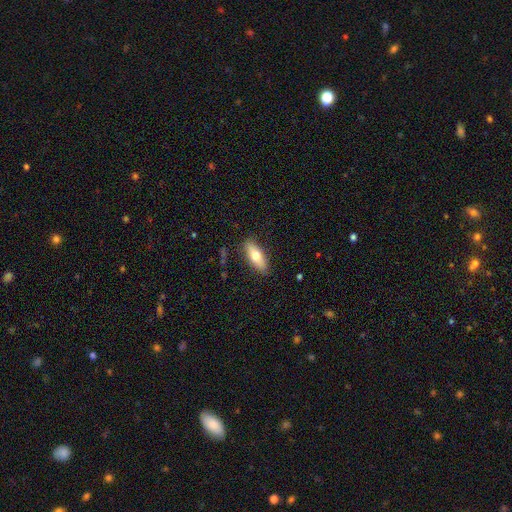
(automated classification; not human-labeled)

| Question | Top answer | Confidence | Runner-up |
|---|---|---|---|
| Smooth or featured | smooth | 68% | featured or disk (26%) |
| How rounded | in between | 69% | cigar-shaped (28%) |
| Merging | none | 85% | minor disturbance (11%) |